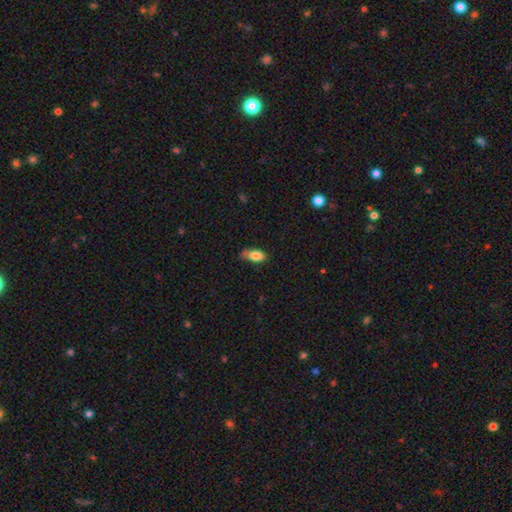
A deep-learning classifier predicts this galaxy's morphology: smooth_or_featured: smooth (p=0.83) [alt: featured or disk p=0.10]
how_rounded: in between (p=0.90) [alt: round p=0.05]
merging: none (p=0.51) [alt: minor disturbance p=0.37]